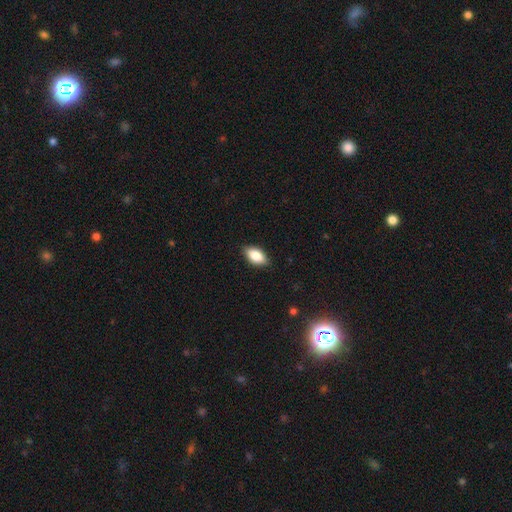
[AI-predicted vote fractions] A smooth galaxy with no disk features (82%) that is in between round and cigar-shaped (91%).

Vote fractions:
- Smooth or featured? smooth: 82% / featured or disk: 11% / star or artifact: 7%
- How rounded? in between: 91% / cigar-shaped: 5% / round: 4%
- Merging? none: 86% / minor disturbance: 11% / major disturbance: 2% / merger: 1%